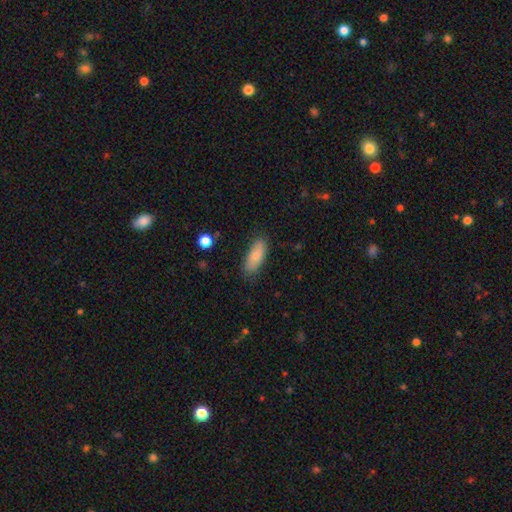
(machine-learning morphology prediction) Q: Smooth or featured?
A: smooth (78%); runner-up: featured or disk (15%)
Q: How rounded?
A: in between (79%); runner-up: cigar-shaped (19%)
Q: Merging?
A: none (79%); runner-up: minor disturbance (16%)